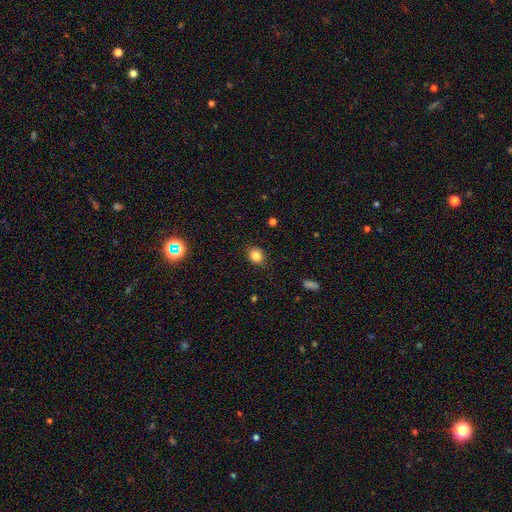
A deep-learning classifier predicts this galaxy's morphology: Smooth or featured?
  - smooth: 82% *
  - star or artifact: 12%
  - featured or disk: 6%
How rounded?
  - round: 63% *
  - in between: 36%
  - cigar-shaped: 1%
Merging?
  - none: 85% *
  - minor disturbance: 11%
  - major disturbance: 3%
  - merger: 1%